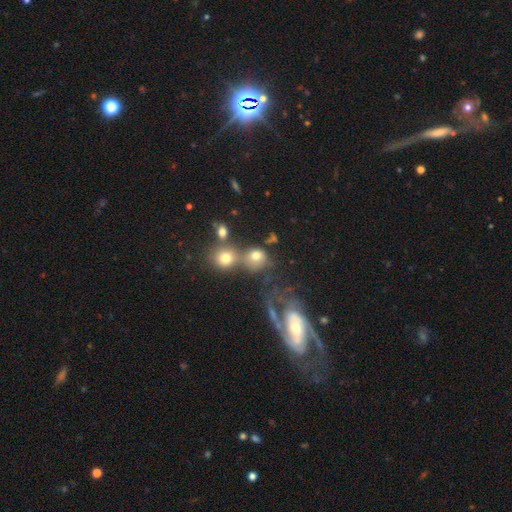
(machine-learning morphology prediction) This appears to be a smooth galaxy with no disk features (67%) that is round (78%). Merging: merger (39%).